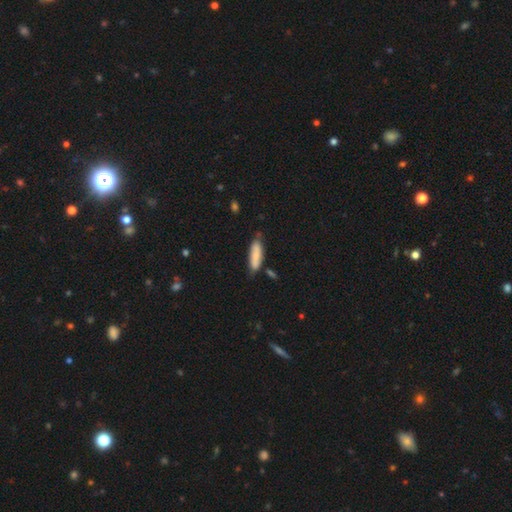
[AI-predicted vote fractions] The model was most divided on "how rounded": cigar-shaped: 51%, in between: 47%, round: 2%. More confident: smooth or featured — smooth (80%); merging — none (68%).